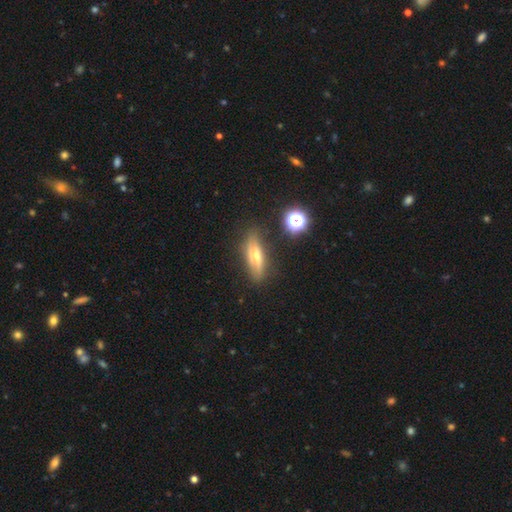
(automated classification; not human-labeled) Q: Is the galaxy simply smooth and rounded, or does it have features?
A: smooth — 45%.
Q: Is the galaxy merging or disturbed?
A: none — 77%.